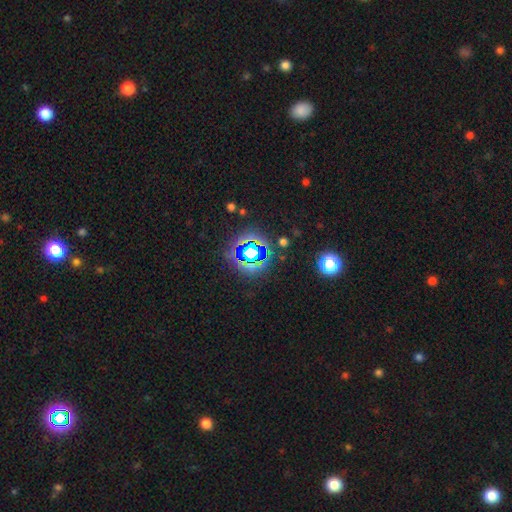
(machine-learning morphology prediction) Q: Smooth or featured?
A: star or artifact (74%); runner-up: smooth (16%)